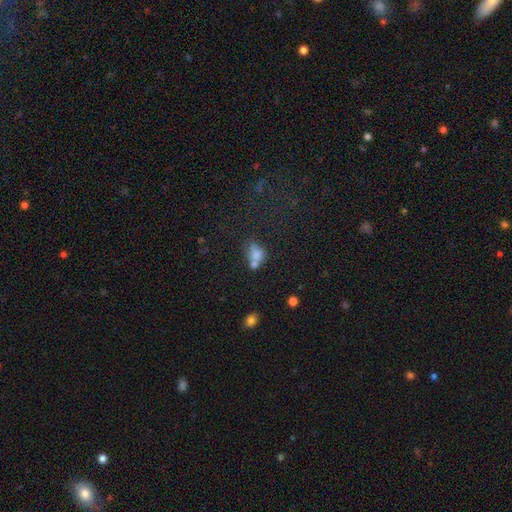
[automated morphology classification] Smooth or featured? smooth (72%)
How rounded? in between (64%)
Merging? merger (44%)